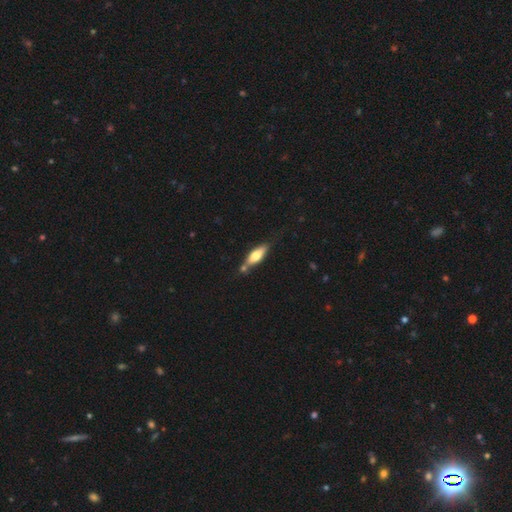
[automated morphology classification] A smooth galaxy with no disk features (57%) that is in between round and cigar-shaped (51%).

Vote fractions:
- Smooth or featured? smooth: 57% / featured or disk: 37% / star or artifact: 6%
- How rounded? in between: 51% / cigar-shaped: 46% / round: 2%
- Merging? none: 63% / minor disturbance: 17% / merger: 15% / major disturbance: 4%